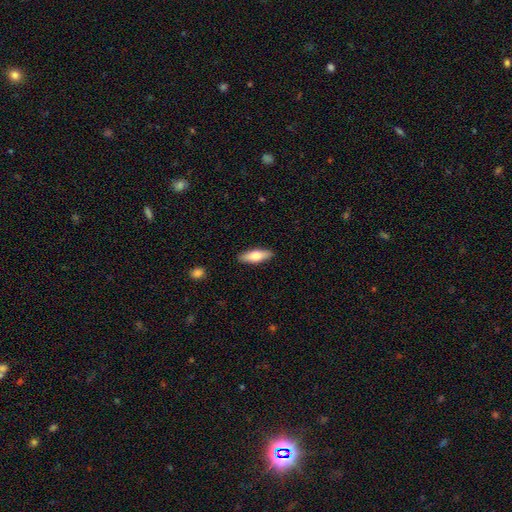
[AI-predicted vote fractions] A smooth galaxy with no disk features (68%) that is in between round and cigar-shaped (55%). Merging: none (90%).